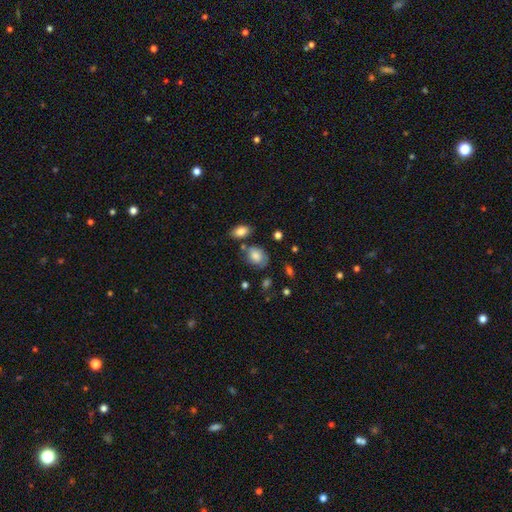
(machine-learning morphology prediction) The model was most divided on "merging": none: 54%, minor disturbance: 27%, major disturbance: 10%, merger: 9%. More confident: smooth or featured — smooth (68%); how rounded — in between (68%).